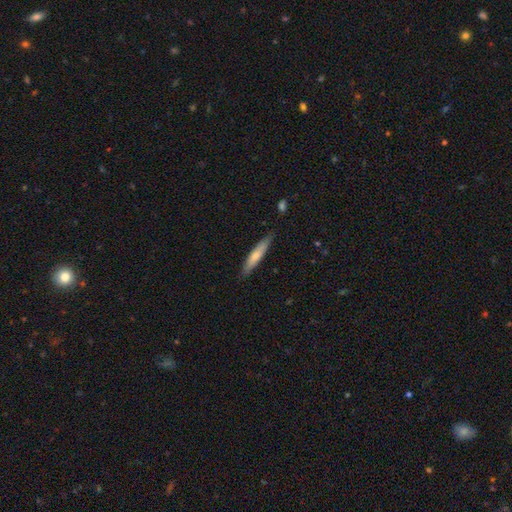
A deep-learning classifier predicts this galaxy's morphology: Smooth or featured? Predicted: smooth (p=0.66). How rounded? Predicted: cigar-shaped (p=0.88). Merging? Predicted: none (p=0.84).